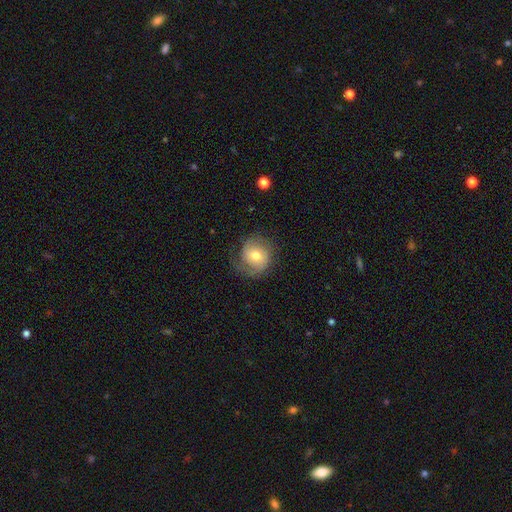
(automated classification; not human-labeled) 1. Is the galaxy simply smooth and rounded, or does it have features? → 50% featured or disk, 43% smooth, 8% star or artifact.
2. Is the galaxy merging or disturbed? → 62% none, 22% minor disturbance, 15% major disturbance, 1% merger.